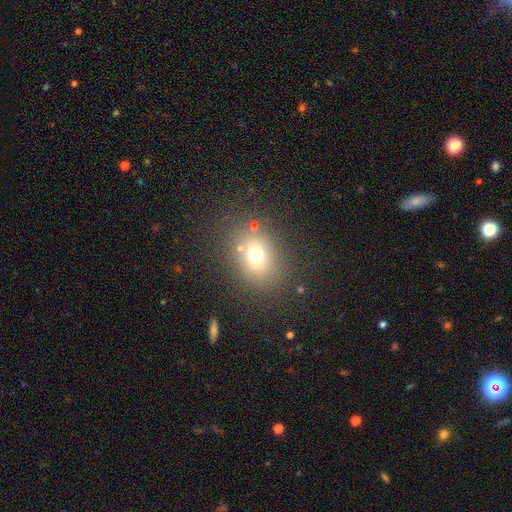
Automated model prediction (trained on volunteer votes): smooth-or-featured: smooth: 68% | star or artifact: 19% | featured or disk: 13%
  how-rounded: round: 53% | in between: 46% | cigar-shaped: 1%
  merging: none: 78% | minor disturbance: 11% | major disturbance: 6% | merger: 5%